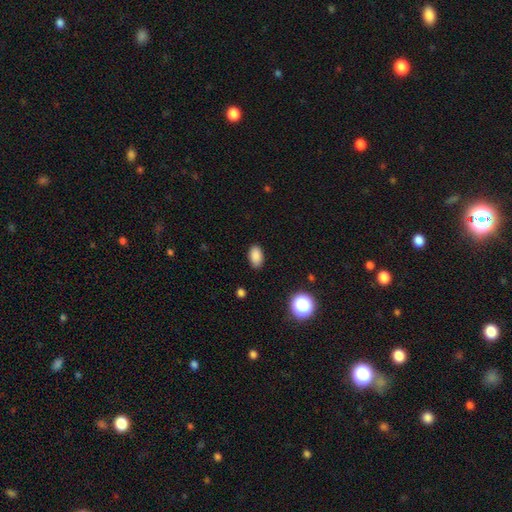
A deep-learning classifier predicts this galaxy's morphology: Smooth or featured? Predicted: smooth (p=0.86). How rounded? Predicted: in between (p=0.91). Merging? Predicted: none (p=0.86).